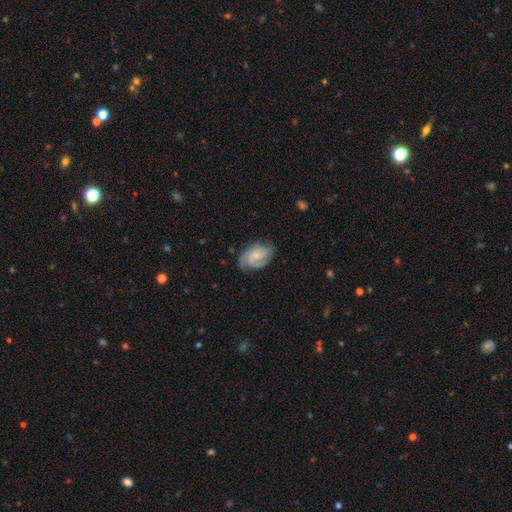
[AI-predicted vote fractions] smooth_or_featured: featured or disk (p=0.78) [alt: smooth p=0.16]
disk_edge_on: no (p=0.97) [alt: yes p=0.03]
bar: no (p=0.56) [alt: weak p=0.37]
has_spiral_arms: yes (p=0.96) [alt: no p=0.04]
spiral_winding: tight (p=0.48) [alt: medium p=0.42]
spiral_arm_count: 2 (p=0.46) [alt: 3 p=0.28]
bulge_size: small (p=0.46) [alt: none p=0.28]
merging: none (p=0.70) [alt: minor disturbance p=0.20]